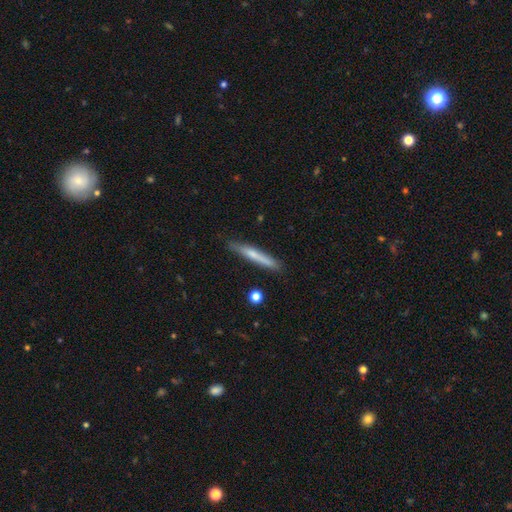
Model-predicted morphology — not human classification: Q: Smooth or featured?
A: smooth (60%); runner-up: featured or disk (35%)
Q: How rounded?
A: cigar-shaped (95%); runner-up: in between (4%)
Q: Merging?
A: none (86%); runner-up: minor disturbance (11%)